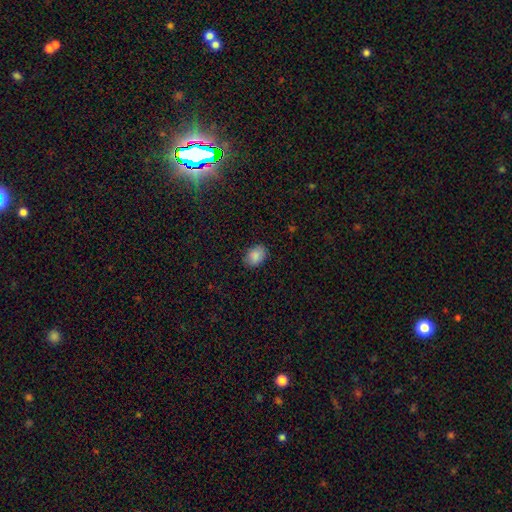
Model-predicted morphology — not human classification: This appears to be a smooth galaxy with no disk features (88%) that is in between round and cigar-shaped (74%). Merging: none (85%).